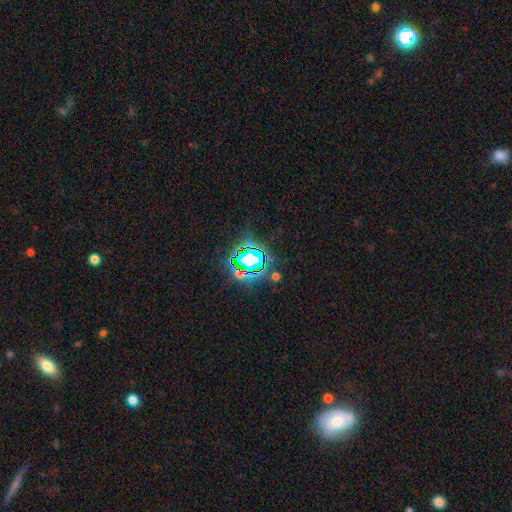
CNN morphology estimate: Overall: star or artifact (72%).